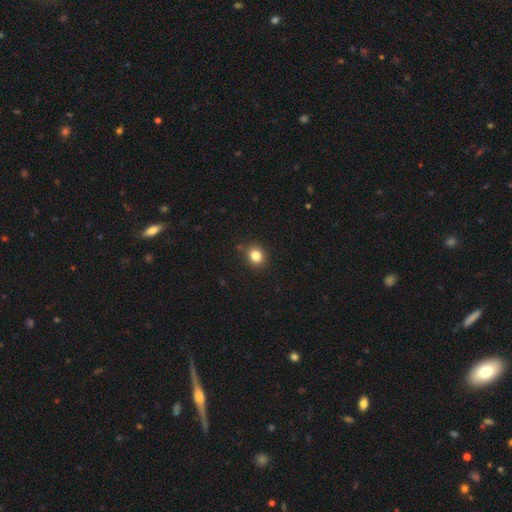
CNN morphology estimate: Q: Smooth or featured?
A: smooth (83%); runner-up: star or artifact (11%)
Q: How rounded?
A: round (74%); runner-up: in between (25%)
Q: Merging?
A: none (85%); runner-up: minor disturbance (10%)